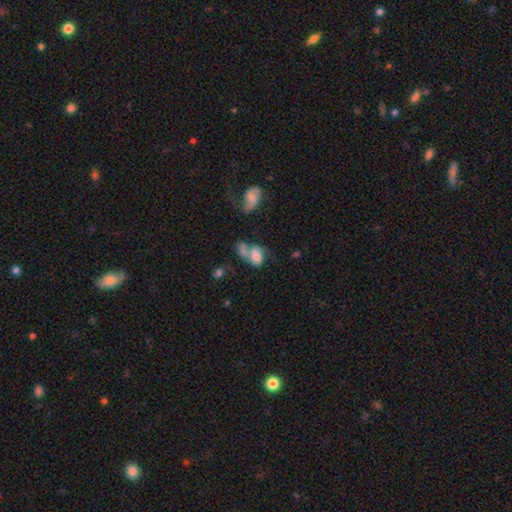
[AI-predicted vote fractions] Smooth or featured? smooth (65%)
How rounded? in between (86%)
Merging? merger (50%)